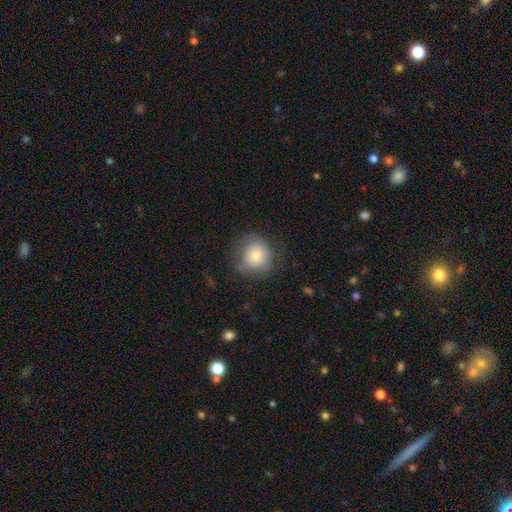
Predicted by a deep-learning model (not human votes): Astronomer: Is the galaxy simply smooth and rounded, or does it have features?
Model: smooth — 71%.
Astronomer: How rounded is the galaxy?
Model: round — 89%.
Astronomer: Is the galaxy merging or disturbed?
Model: none — 73%.